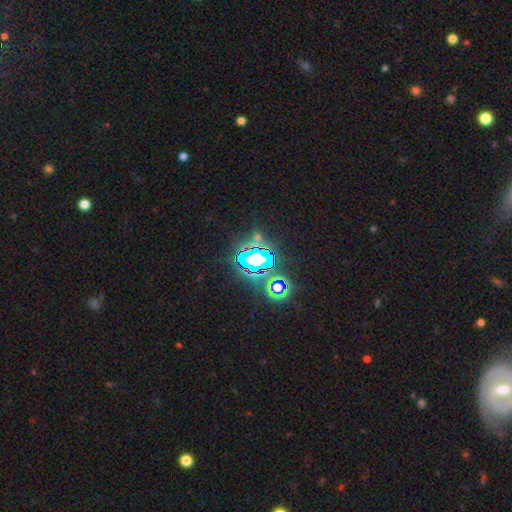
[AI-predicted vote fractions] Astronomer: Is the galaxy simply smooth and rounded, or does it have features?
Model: star or artifact — 73%.